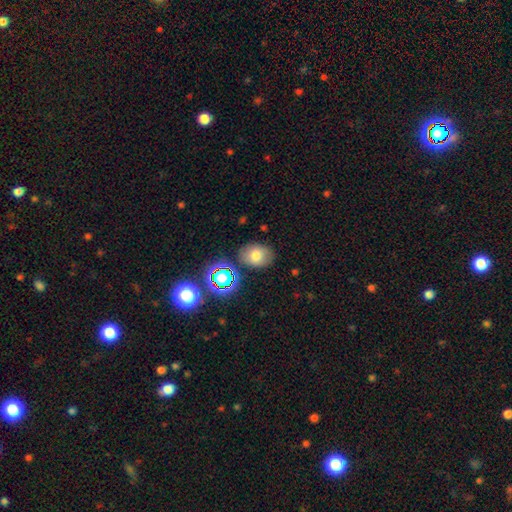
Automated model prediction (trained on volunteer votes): Morphology: type=smooth (71%); roundness=in between (65%); merging=none (78%).